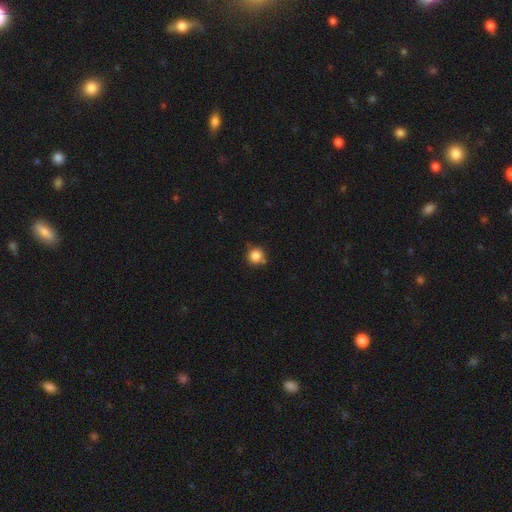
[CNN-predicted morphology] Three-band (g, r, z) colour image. It shows a smooth galaxy with no disk features (85%) that is round (94%). Merging: none (77%).